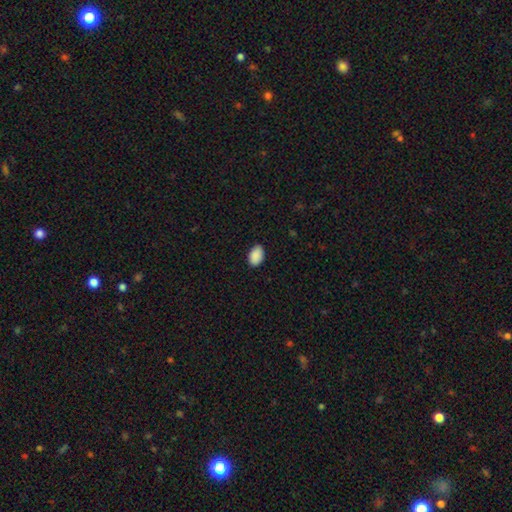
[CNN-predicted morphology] Smooth or featured: smooth — 91% (star or artifact — 7%)
How rounded: in between — 91% (round — 8%)
Merging: none — 87% (minor disturbance — 10%)